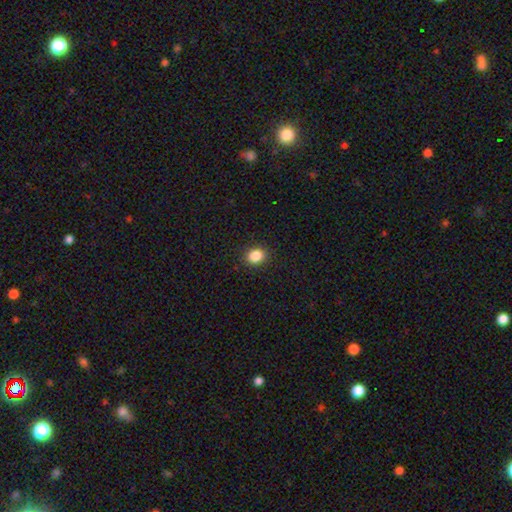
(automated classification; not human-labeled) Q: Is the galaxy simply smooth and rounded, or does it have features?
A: smooth — 86%.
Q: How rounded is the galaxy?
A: round — 54%.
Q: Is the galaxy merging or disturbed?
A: none — 90%.